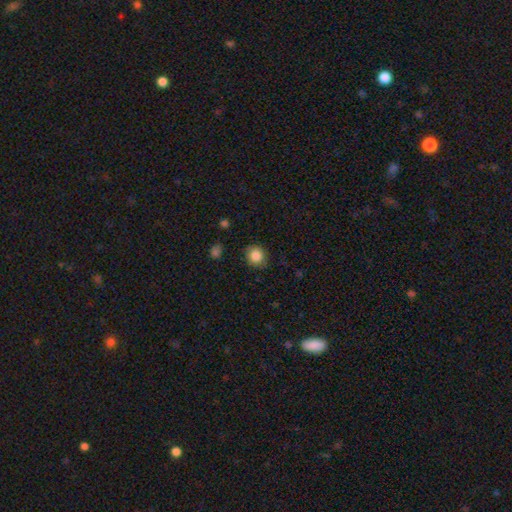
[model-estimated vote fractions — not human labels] Smooth or featured?
  - smooth: 85% *
  - star or artifact: 9%
  - featured or disk: 5%
How rounded?
  - round: 81% *
  - in between: 18%
  - cigar-shaped: 1%
Merging?
  - none: 83% *
  - minor disturbance: 13%
  - major disturbance: 3%
  - merger: 1%